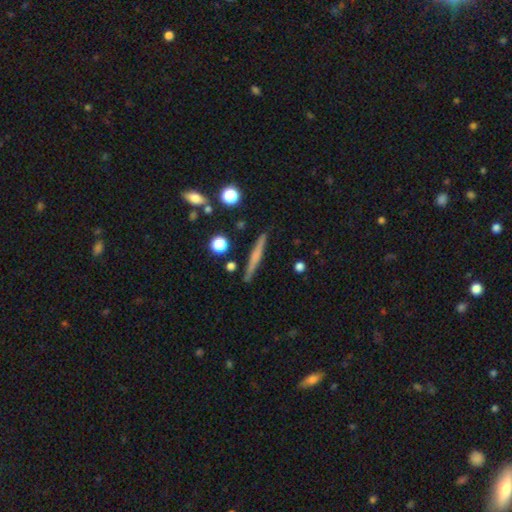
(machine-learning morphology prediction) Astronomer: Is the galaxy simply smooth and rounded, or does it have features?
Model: smooth — 46%, tied with featured or disk at 46%.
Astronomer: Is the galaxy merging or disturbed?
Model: none — 89%.